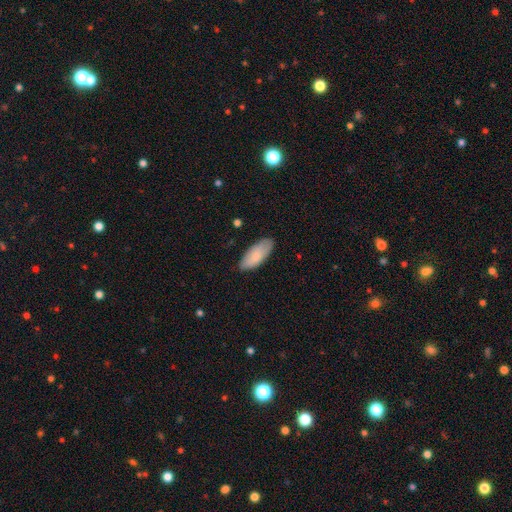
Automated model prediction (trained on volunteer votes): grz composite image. It shows a smooth galaxy with no disk features (82%) that is in between round and cigar-shaped (82%). Merging: none (84%).